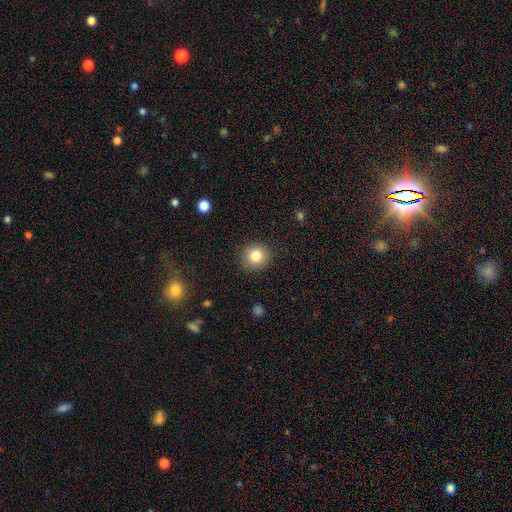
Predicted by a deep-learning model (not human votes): Smooth or featured: smooth — 83% (star or artifact — 10%)
How rounded: round — 89% (in between — 11%)
Merging: none — 89% (minor disturbance — 8%)